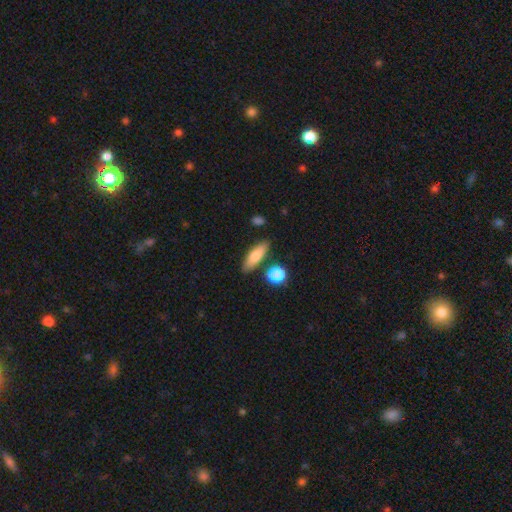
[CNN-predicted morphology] Smooth or featured? Predicted: smooth (p=0.77). How rounded? Predicted: in between (p=0.53). Merging? Predicted: none (p=0.81).